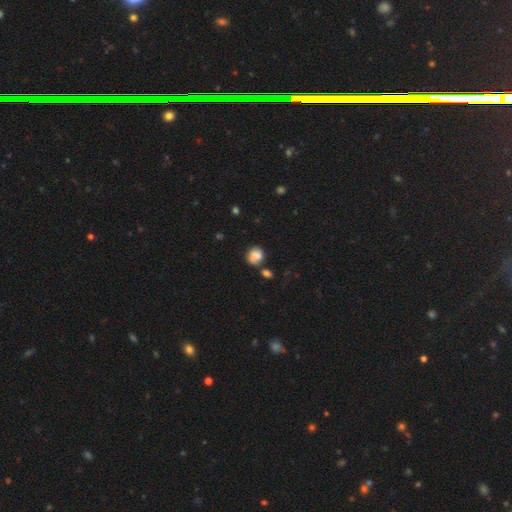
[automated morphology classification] Smooth or featured? smooth (81%)
How rounded? round (76%)
Merging? none (60%)